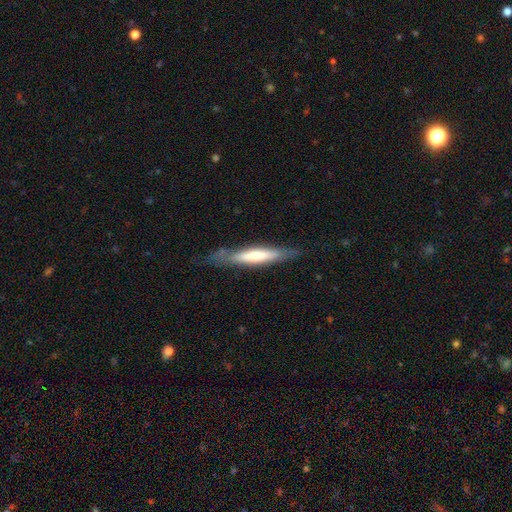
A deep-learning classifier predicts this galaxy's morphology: smooth 56%, featured or disk 39%, star or artifact 5%. Down the decision tree: how rounded — cigar-shaped (87%); merging — none (75%).